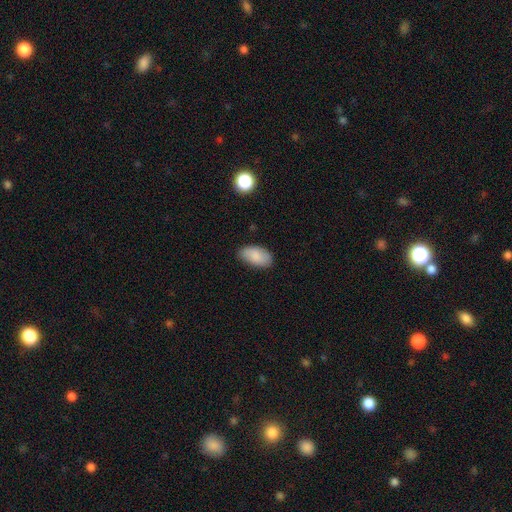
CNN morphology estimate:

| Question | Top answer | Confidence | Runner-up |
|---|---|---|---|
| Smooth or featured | smooth | 84% | featured or disk (9%) |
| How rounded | in between | 95% | round (3%) |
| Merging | none | 79% | minor disturbance (17%) |